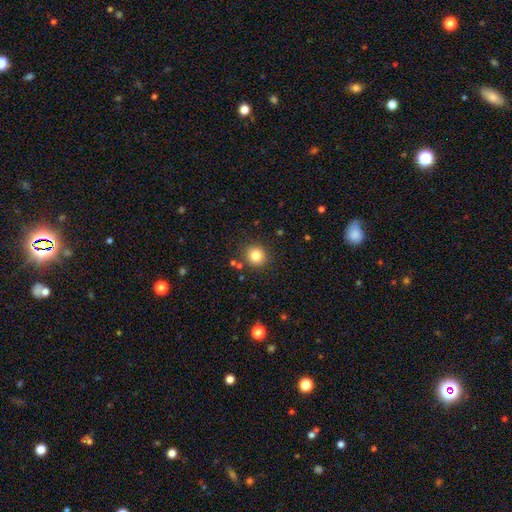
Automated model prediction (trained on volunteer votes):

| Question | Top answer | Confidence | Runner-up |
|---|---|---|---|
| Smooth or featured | smooth | 82% | star or artifact (12%) |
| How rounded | round | 90% | in between (9%) |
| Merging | none | 87% | minor disturbance (8%) |